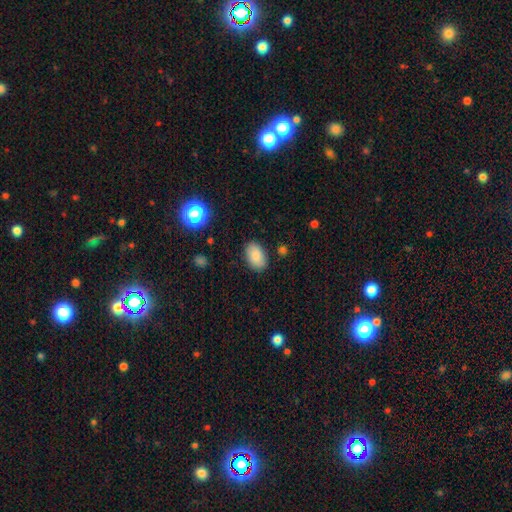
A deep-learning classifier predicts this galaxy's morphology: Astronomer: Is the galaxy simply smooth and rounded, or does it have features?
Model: smooth — 86%.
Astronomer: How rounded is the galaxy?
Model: in between — 90%.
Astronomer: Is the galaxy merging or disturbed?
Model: none — 85%.